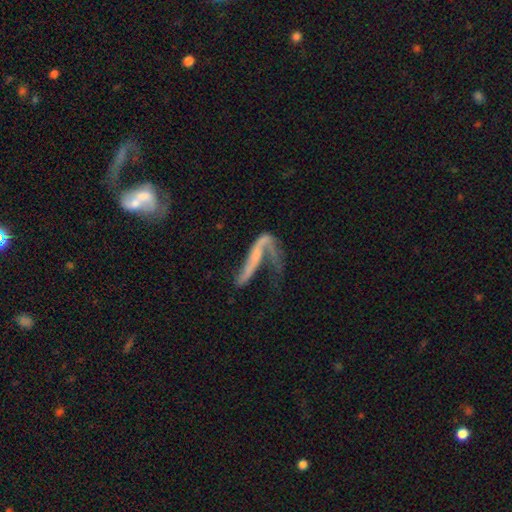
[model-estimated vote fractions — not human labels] Q: Smooth or featured?
A: featured or disk (65%); runner-up: smooth (24%)
Q: Edge-on disk?
A: no (71%); runner-up: yes (29%)
Q: Merging?
A: major disturbance (46%); runner-up: none (26%)